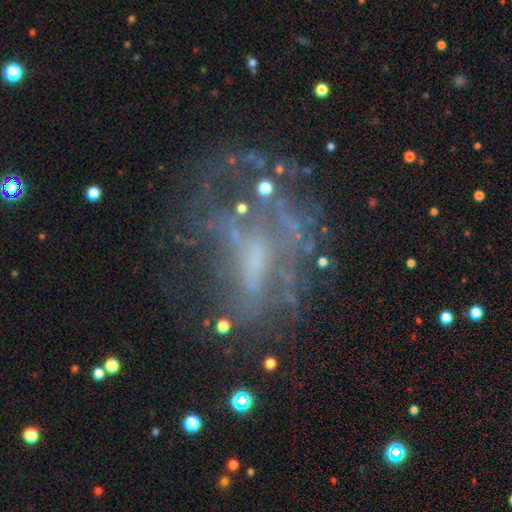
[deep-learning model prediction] The model was most divided on "merging": none: 40%, major disturbance: 37%, minor disturbance: 17%, merger: 5%. More confident: edge-on disk — no (95%); smooth or featured — featured or disk (66%); spiral arms — no (63%); bar — no (58%); bulge size — none (52%).